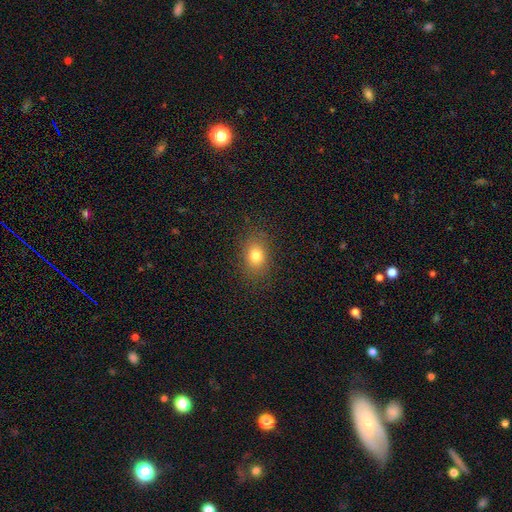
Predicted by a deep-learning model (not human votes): A smooth galaxy with no disk features (80%) that is in between round and cigar-shaped (64%). Merging: none (85%).